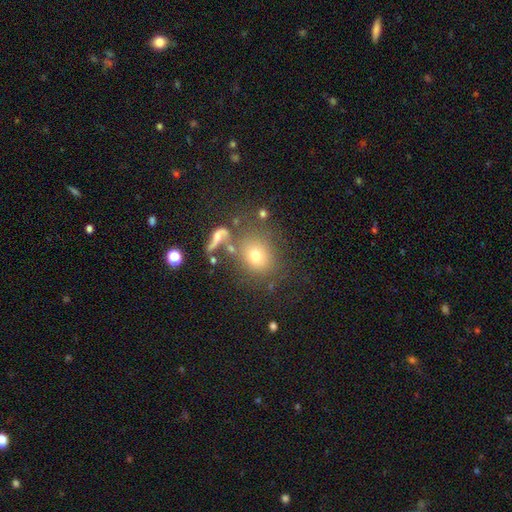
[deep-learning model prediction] smooth_or_featured: smooth (p=0.68) [alt: star or artifact p=0.17]
how_rounded: round (p=0.74) [alt: in between p=0.24]
merging: none (p=0.66) [alt: minor disturbance p=0.13]